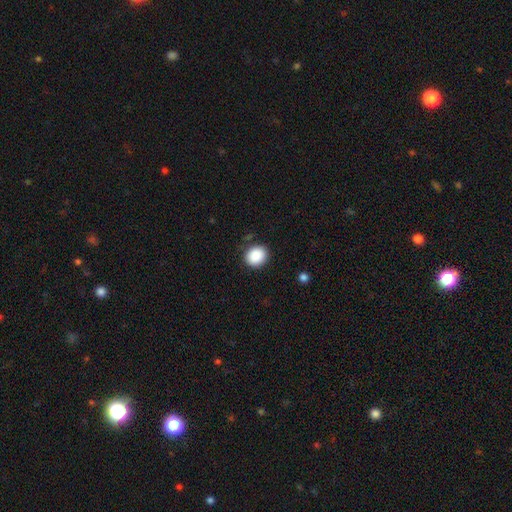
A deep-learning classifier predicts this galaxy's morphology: Smooth or featured? smooth (89%)
How rounded? round (74%)
Merging? none (87%)